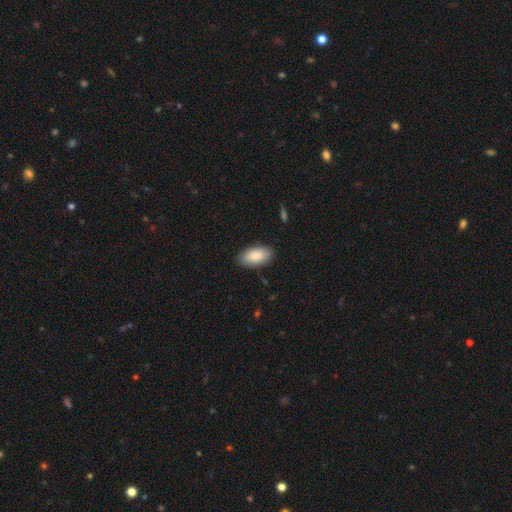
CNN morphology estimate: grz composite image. It shows a smooth galaxy with no disk features (88%) that is in between round and cigar-shaped (93%). Merging: none (87%).